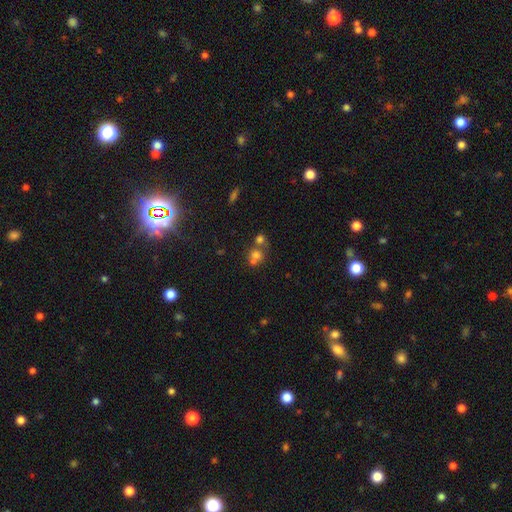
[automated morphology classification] This appears to be a smooth galaxy with no disk features (67%) that is round (81%). Merging: merger (49%).